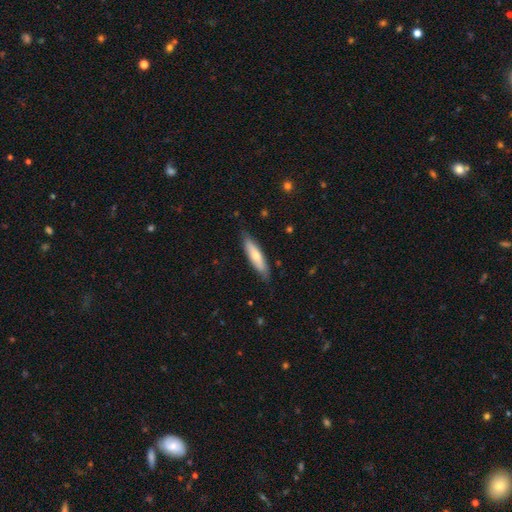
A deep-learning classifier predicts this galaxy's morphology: smooth 64%, featured or disk 31%, star or artifact 5%. Down the decision tree: how rounded — cigar-shaped (73%); merging — none (82%).